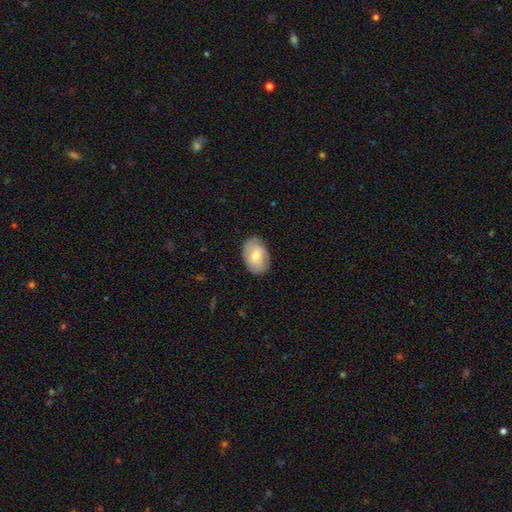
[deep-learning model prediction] smooth-or-featured: smooth: 74% | featured or disk: 20% | star or artifact: 6%
  how-rounded: in between: 86% | round: 13% | cigar-shaped: 1%
  merging: none: 85% | minor disturbance: 12% | major disturbance: 2% | merger: 1%